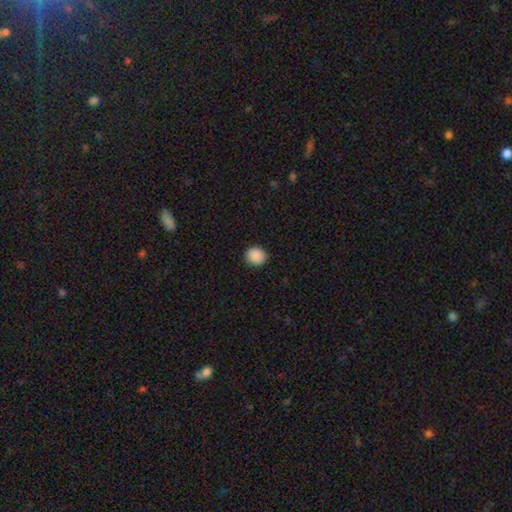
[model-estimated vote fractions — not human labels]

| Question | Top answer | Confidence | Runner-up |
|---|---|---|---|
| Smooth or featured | smooth | 89% | star or artifact (8%) |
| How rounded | round | 79% | in between (20%) |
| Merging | none | 91% | minor disturbance (6%) |